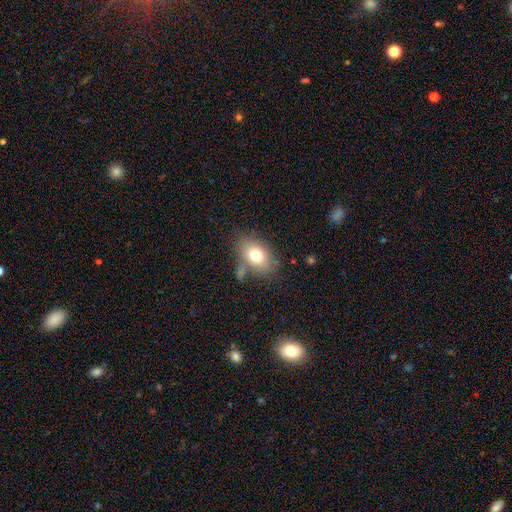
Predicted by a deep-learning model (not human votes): smooth_or_featured: smooth (p=0.75) [alt: featured or disk p=0.15]
how_rounded: in between (p=0.81) [alt: round p=0.17]
merging: none (p=0.68) [alt: minor disturbance p=0.16]